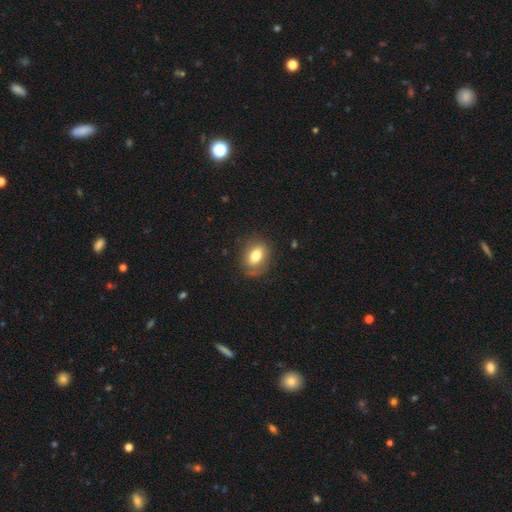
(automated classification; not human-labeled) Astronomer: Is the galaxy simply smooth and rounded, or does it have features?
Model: smooth — 75%.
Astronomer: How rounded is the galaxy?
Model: in between — 76%.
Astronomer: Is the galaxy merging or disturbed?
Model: none — 75%.